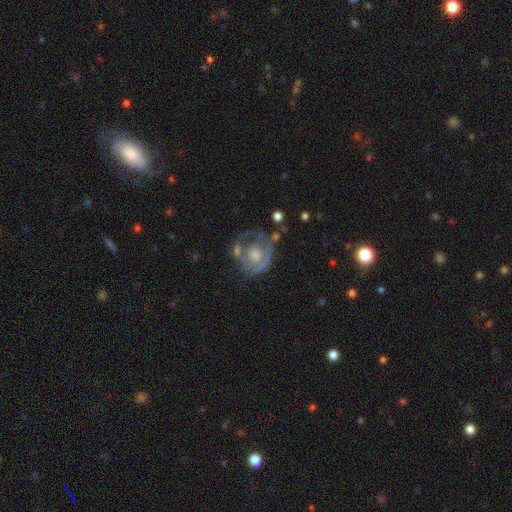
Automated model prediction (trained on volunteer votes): This appears to be a featured or disk galaxy (63%) with no bar (84%), no spiral arms (60%) and a moderate central bulge (54%). Merging: none (39%).